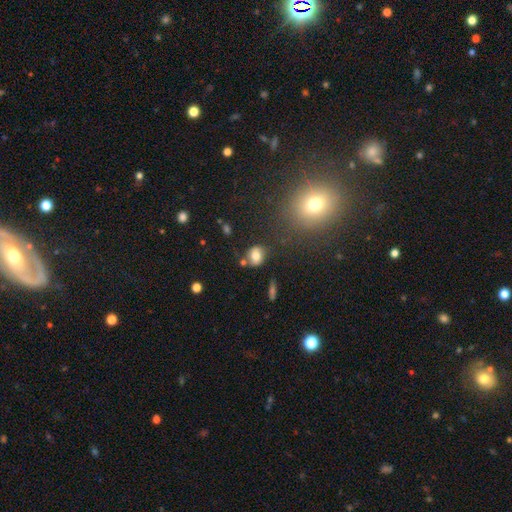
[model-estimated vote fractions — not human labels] Overall: smooth (73%). How rounded: round (53%; in between 45%). Merging: none (67%).